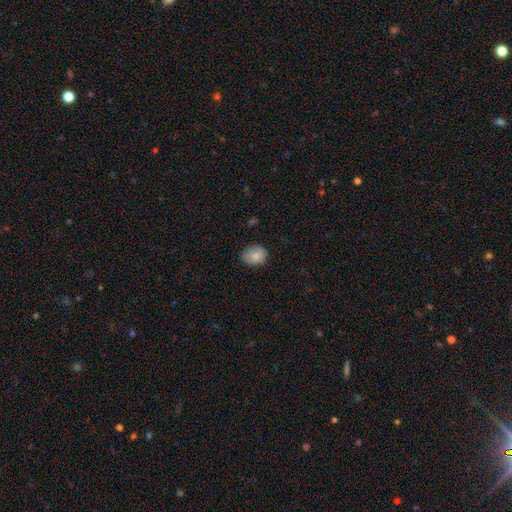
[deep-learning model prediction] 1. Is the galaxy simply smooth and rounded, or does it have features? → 85% smooth, 8% star or artifact, 7% featured or disk.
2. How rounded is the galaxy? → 59% in between, 40% round, 1% cigar-shaped.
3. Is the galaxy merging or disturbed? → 78% none, 18% minor disturbance, 3% major disturbance, 1% merger.